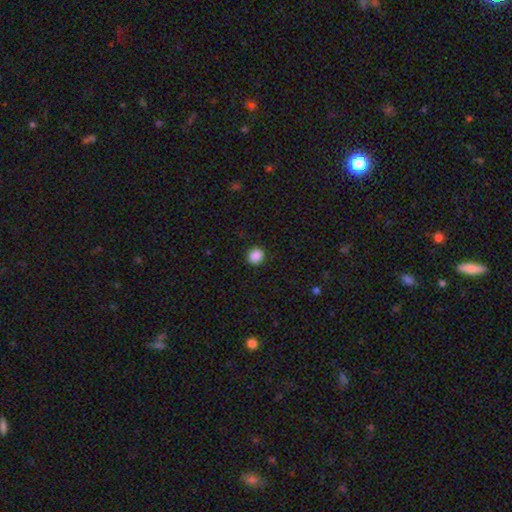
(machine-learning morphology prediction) smooth 88%, star or artifact 9%, featured or disk 2%. Down the decision tree: how rounded — round (82%); merging — none (91%).